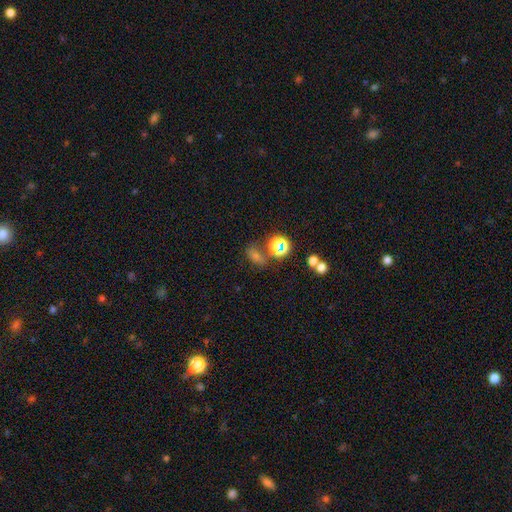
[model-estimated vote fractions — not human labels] Morphology: type=smooth (47%); merging=none (59%).